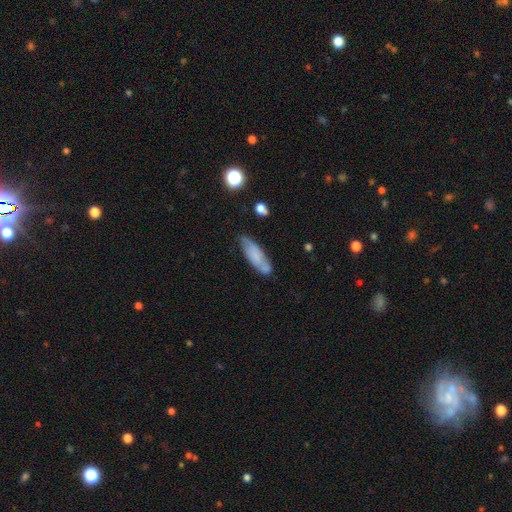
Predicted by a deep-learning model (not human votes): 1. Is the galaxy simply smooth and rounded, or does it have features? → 64% smooth, 28% featured or disk, 8% star or artifact.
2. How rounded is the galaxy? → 51% in between, 47% cigar-shaped, 2% round.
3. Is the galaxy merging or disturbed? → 67% none, 23% minor disturbance, 5% major disturbance, 5% merger.